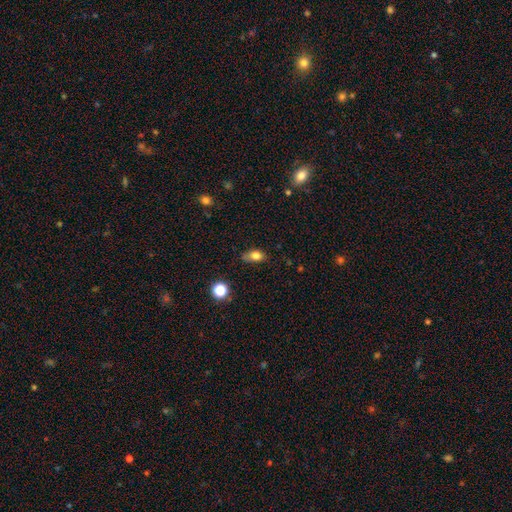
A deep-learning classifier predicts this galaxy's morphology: This appears to be a smooth galaxy with no disk features (79%) that is in between round and cigar-shaped (78%). Merging: none (60%).